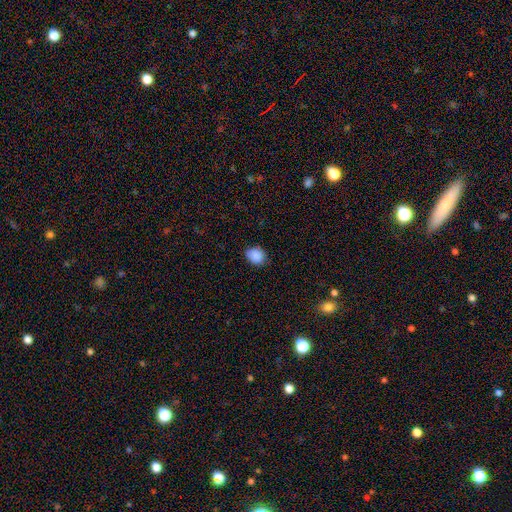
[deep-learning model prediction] A smooth galaxy with no disk features (88%) that is round (52%).

Vote fractions:
- Smooth or featured? smooth: 88% / star or artifact: 8% / featured or disk: 4%
- How rounded? round: 52% / in between: 47% / cigar-shaped: 1%
- Merging? none: 76% / minor disturbance: 20% / major disturbance: 3% / merger: 1%